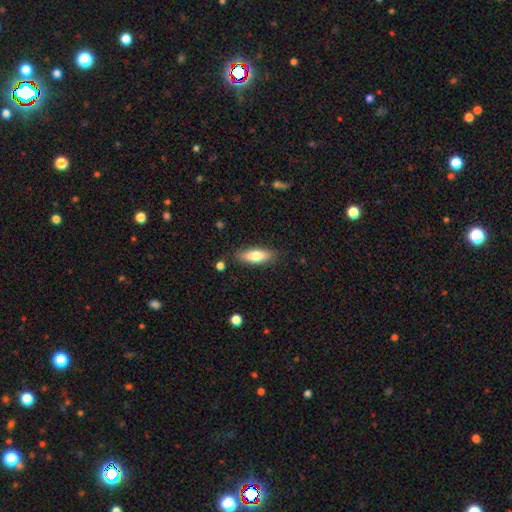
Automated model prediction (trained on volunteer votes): This appears to be a smooth galaxy with no disk features (71%) that is in between round and cigar-shaped (60%). Merging: none (84%).